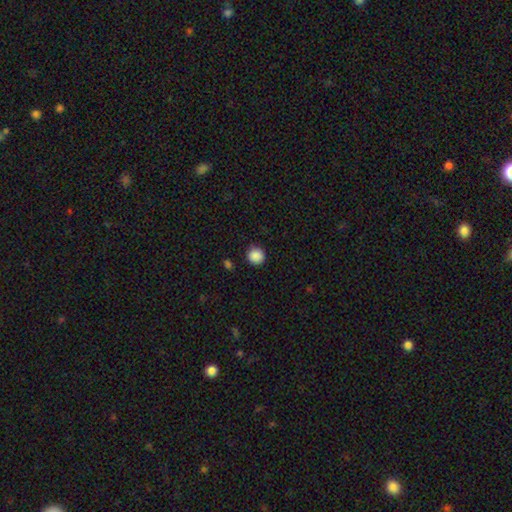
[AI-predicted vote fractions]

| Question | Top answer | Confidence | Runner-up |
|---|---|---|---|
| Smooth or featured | smooth | 88% | star or artifact (9%) |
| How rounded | round | 92% | in between (7%) |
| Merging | none | 89% | minor disturbance (7%) |